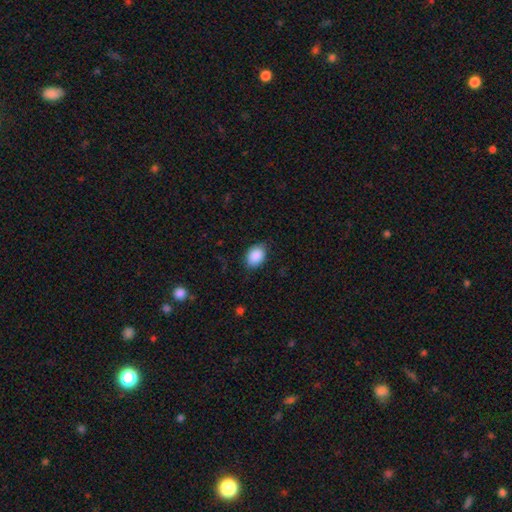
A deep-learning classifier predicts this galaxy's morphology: Q: Smooth or featured?
A: smooth (88%); runner-up: star or artifact (7%)
Q: How rounded?
A: in between (74%); runner-up: round (25%)
Q: Merging?
A: none (77%); runner-up: minor disturbance (18%)